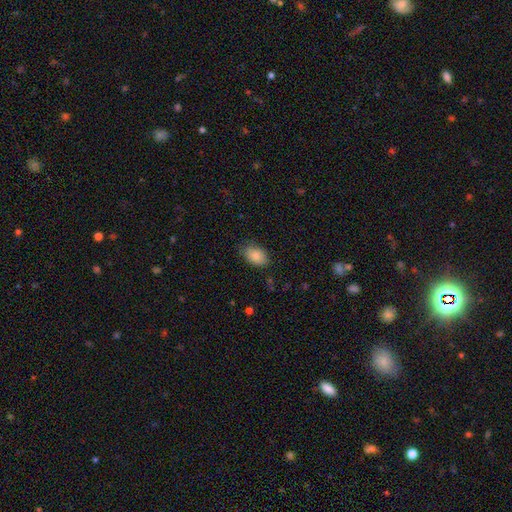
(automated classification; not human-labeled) Overall: smooth (87%). How rounded: in between (90%). Merging: none (77%).